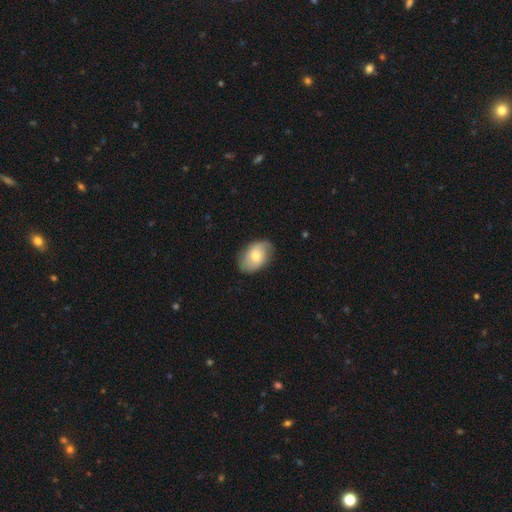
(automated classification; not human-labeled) A smooth galaxy with no disk features (60%) that is in between round and cigar-shaped (88%). Merging: none (78%).